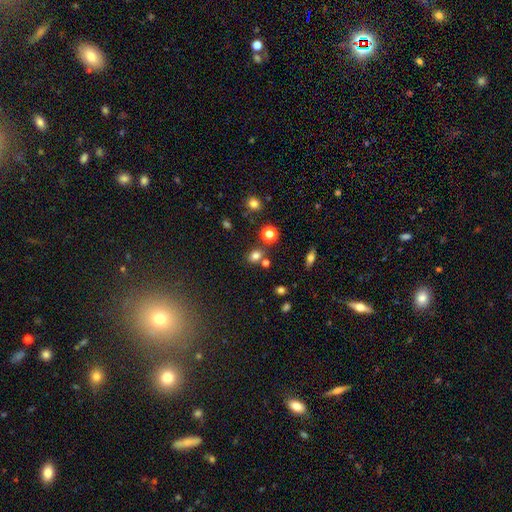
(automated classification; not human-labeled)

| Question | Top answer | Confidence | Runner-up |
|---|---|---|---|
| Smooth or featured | smooth | 75% | star or artifact (17%) |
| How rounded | in between | 51% | round (48%) |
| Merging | none | 71% | merger (14%) |